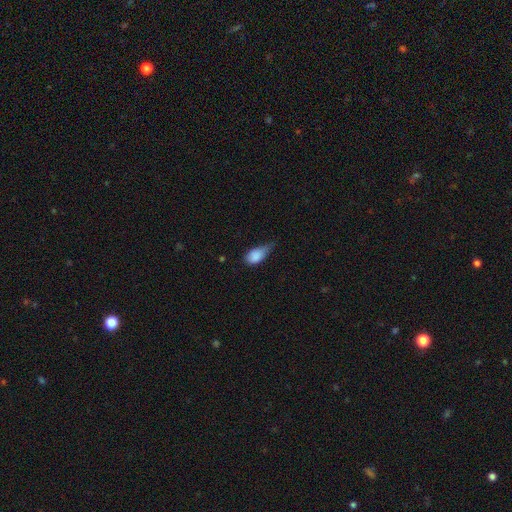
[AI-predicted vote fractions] This appears to be a smooth galaxy with no disk features (84%) that is in between round and cigar-shaped (87%). Merging: minor disturbance (53%).